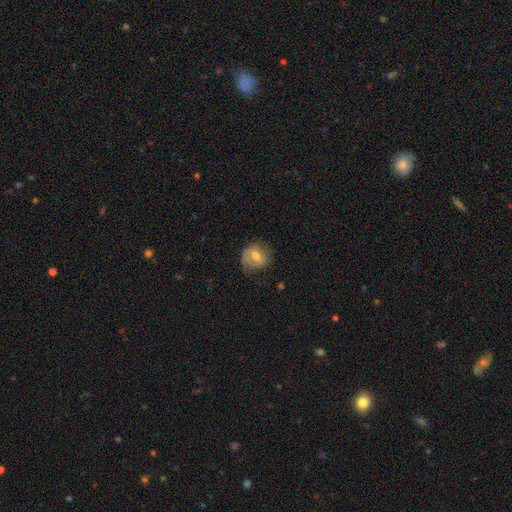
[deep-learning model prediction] Smooth or featured?
  - smooth: 54% *
  - featured or disk: 38%
  - star or artifact: 8%
How rounded?
  - round: 70% *
  - in between: 29%
  - cigar-shaped: 1%
Merging?
  - none: 64% *
  - minor disturbance: 25%
  - major disturbance: 10%
  - merger: 1%